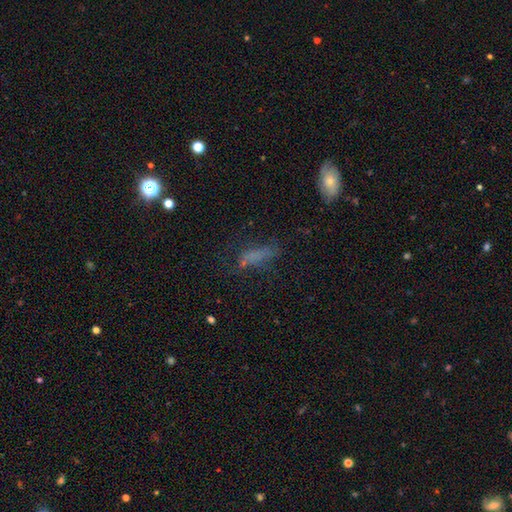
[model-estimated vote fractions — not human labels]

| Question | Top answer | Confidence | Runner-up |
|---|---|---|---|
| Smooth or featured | smooth | 59% | featured or disk (22%) |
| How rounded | in between | 54% | cigar-shaped (42%) |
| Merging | none | 45% | major disturbance (25%) |